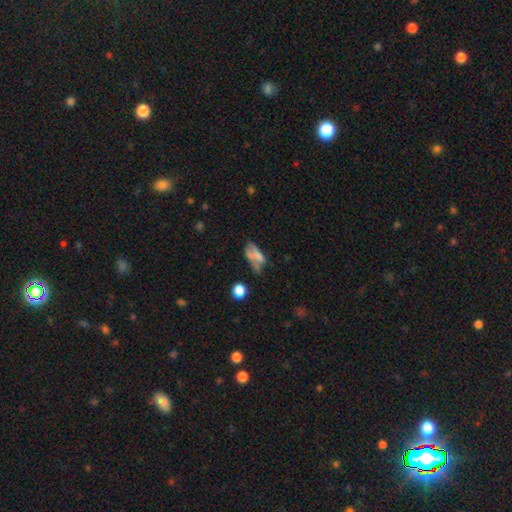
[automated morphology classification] smooth 53%, featured or disk 33%, star or artifact 14%. Down the decision tree: how rounded — in between (77%); merging — none (30%).